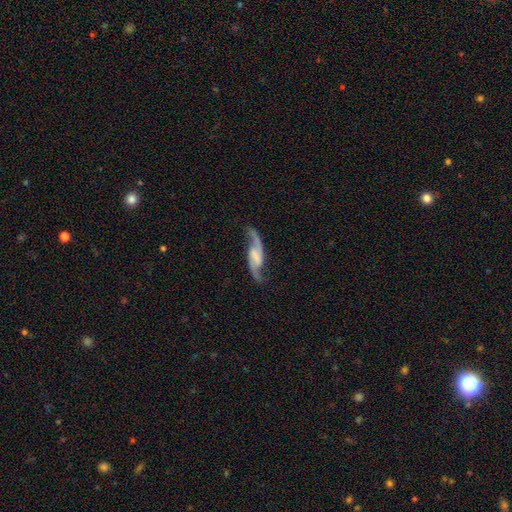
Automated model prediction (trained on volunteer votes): Smooth or featured? featured or disk (88%)
Edge-on disk? no (94%)
Bar? weak (43%)
Spiral arms? yes (97%)
Spiral winding? loose (68%)
Spiral arm count? 2 (94%)
Bulge size? none (51%)
Merging? none (79%)